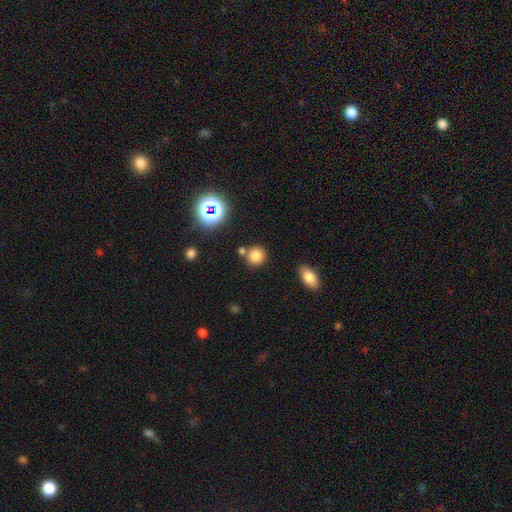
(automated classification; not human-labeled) smooth-or-featured: smooth: 78% | star or artifact: 16% | featured or disk: 6%
  how-rounded: round: 89% | in between: 10% | cigar-shaped: 1%
  merging: none: 75% | merger: 13% | minor disturbance: 9% | major disturbance: 3%